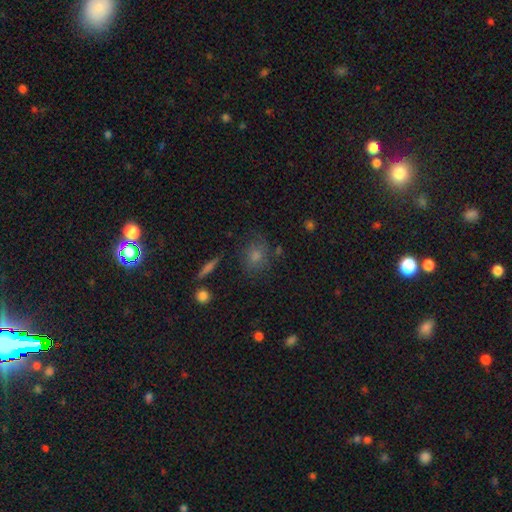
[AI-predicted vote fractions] This is possibly a smooth galaxy (52%). How rounded: likely round (68%). Merging: likely none (75%).